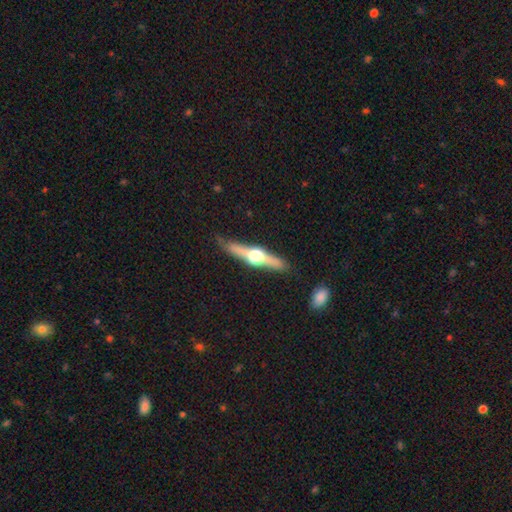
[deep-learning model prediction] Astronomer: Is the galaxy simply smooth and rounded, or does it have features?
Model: featured or disk — 78%.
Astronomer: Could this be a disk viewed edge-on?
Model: yes — 97%.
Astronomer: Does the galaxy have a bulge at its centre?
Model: rounded — 96%.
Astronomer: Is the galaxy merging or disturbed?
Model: none — 85%.